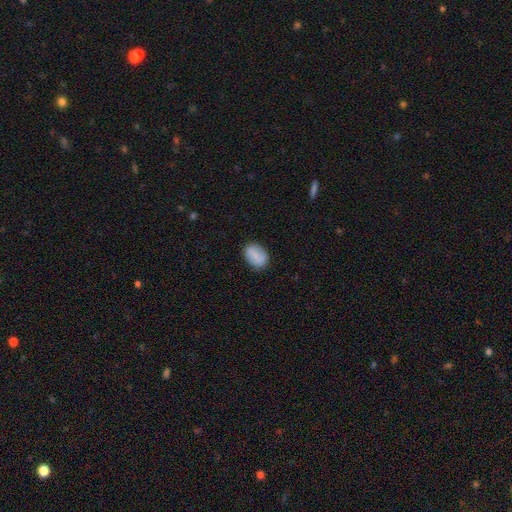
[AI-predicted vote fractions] Smooth or featured? Predicted: smooth (p=0.85). How rounded? Predicted: in between (p=0.81). Merging? Predicted: none (p=0.83).